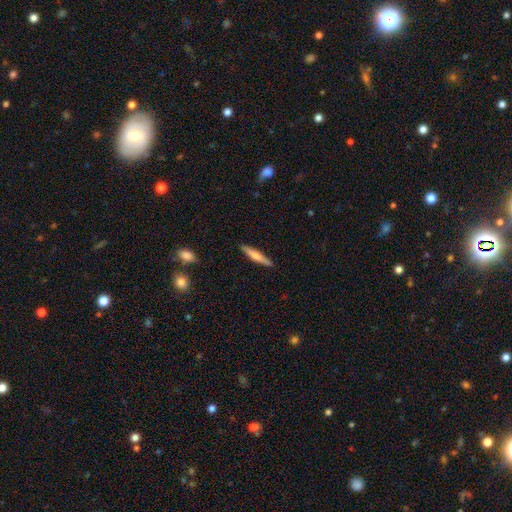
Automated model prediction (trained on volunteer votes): The model was most divided on "smooth or featured": smooth: 59%, featured or disk: 35%, star or artifact: 6%. More confident: how rounded — cigar-shaped (90%); merging — none (89%).